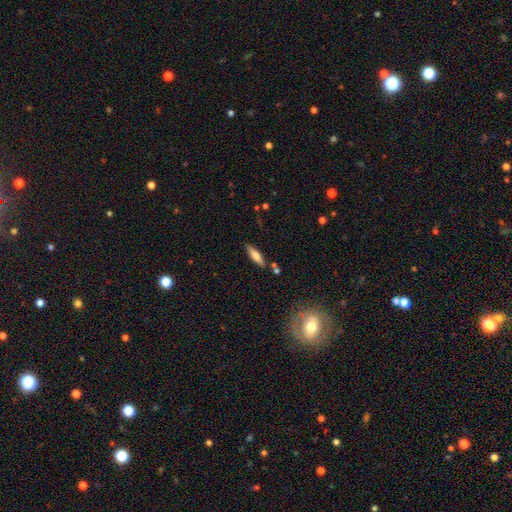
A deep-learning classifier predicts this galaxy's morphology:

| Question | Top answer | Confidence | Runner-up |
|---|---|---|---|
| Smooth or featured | smooth | 57% | featured or disk (37%) |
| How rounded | cigar-shaped | 64% | in between (34%) |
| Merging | none | 81% | minor disturbance (12%) |